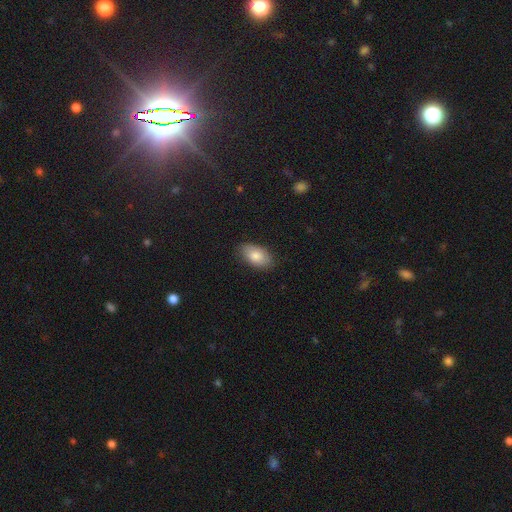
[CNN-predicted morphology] Smooth or featured? smooth (83%)
How rounded? in between (93%)
Merging? none (84%)